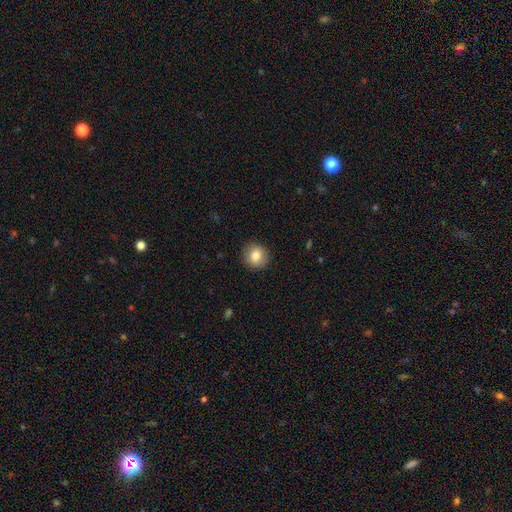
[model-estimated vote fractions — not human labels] A smooth galaxy with no disk features (83%) that is round (87%).

Vote fractions:
- Smooth or featured? smooth: 83% / star or artifact: 9% / featured or disk: 8%
- How rounded? round: 87% / in between: 13% / cigar-shaped: 1%
- Merging? none: 90% / minor disturbance: 7% / major disturbance: 2% / merger: 1%